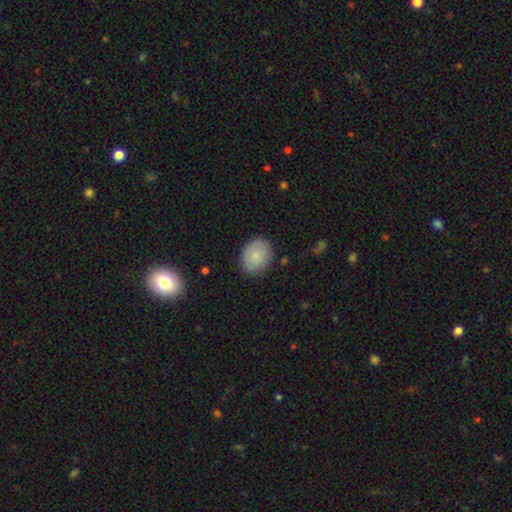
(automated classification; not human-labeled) A smooth galaxy with no disk features (80%) that is in between round and cigar-shaped (55%).

Vote fractions:
- Smooth or featured? smooth: 80% / featured or disk: 13% / star or artifact: 7%
- How rounded? in between: 55% / round: 44% / cigar-shaped: 1%
- Merging? none: 85% / minor disturbance: 12% / major disturbance: 3% / merger: 1%